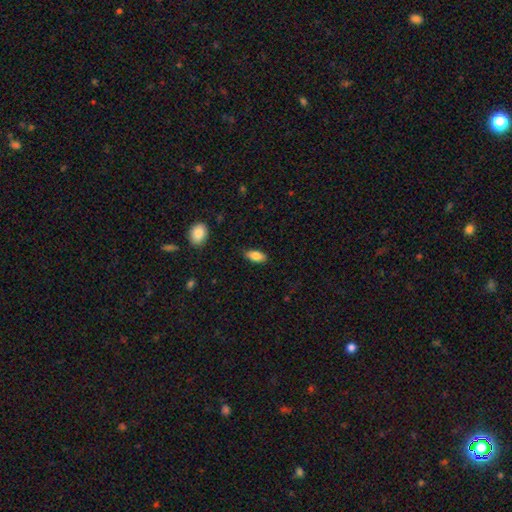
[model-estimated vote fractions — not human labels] Smooth or featured?
  - smooth: 82% *
  - featured or disk: 11%
  - star or artifact: 7%
How rounded?
  - in between: 87% *
  - cigar-shaped: 10%
  - round: 3%
Merging?
  - none: 83% *
  - minor disturbance: 13%
  - major disturbance: 2%
  - merger: 1%